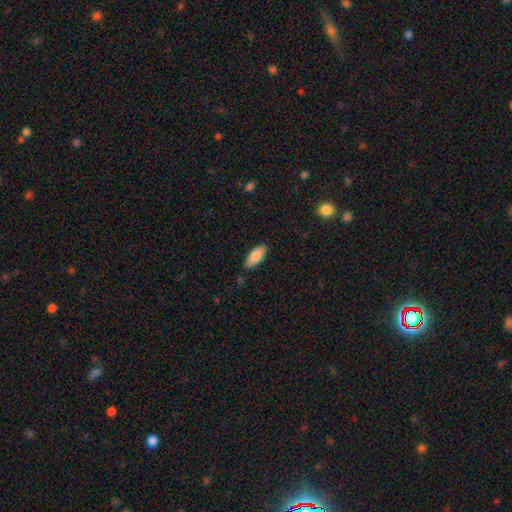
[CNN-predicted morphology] A smooth galaxy with no disk features (85%) that is in between round and cigar-shaped (82%).

Vote fractions:
- Smooth or featured? smooth: 85% / featured or disk: 9% / star or artifact: 6%
- How rounded? in between: 82% / cigar-shaped: 16% / round: 2%
- Merging? none: 85% / minor disturbance: 12% / major disturbance: 2% / merger: 2%